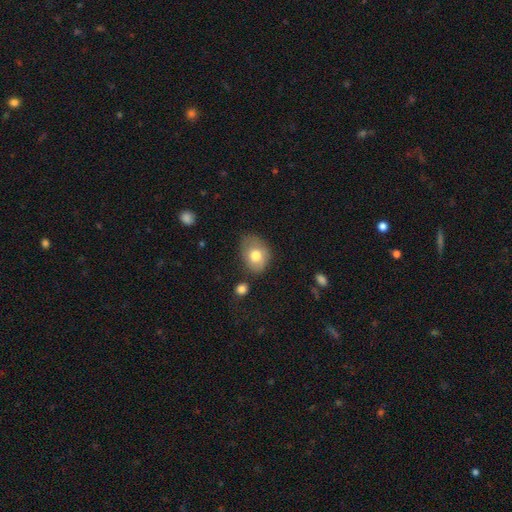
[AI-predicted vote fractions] This is likely a smooth galaxy (74%). How rounded: likely in between (67%). Merging: likely none (62%).